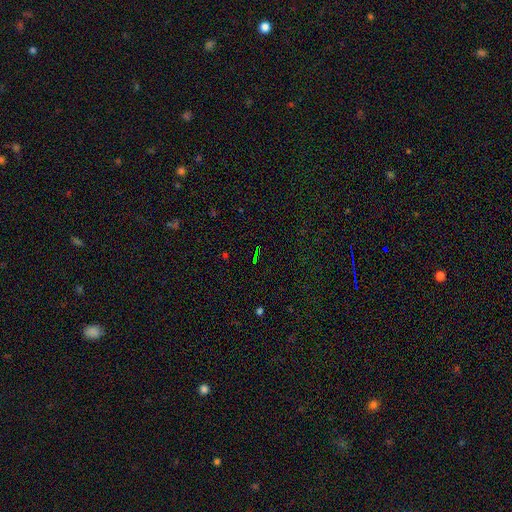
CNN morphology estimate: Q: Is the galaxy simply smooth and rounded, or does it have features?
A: star or artifact — 73%.